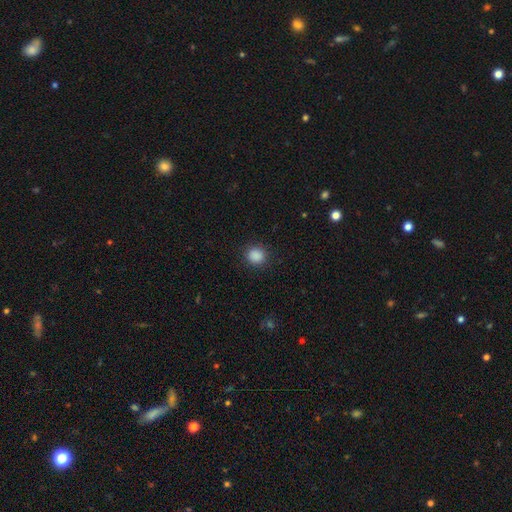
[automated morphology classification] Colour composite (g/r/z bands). It shows a smooth galaxy with no disk features (87%) that is round (86%). Merging: none (89%).